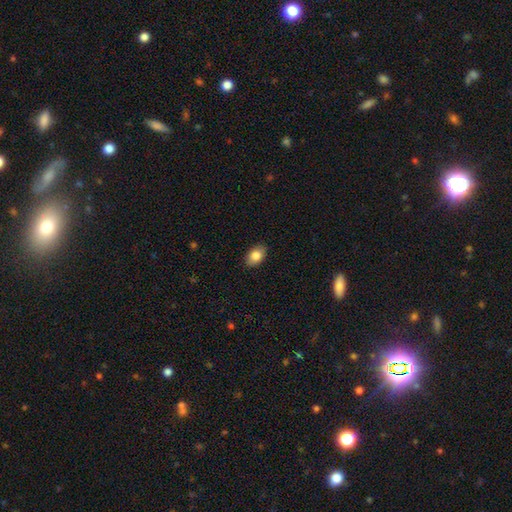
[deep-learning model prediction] Smooth or featured? smooth (84%)
How rounded? in between (86%)
Merging? none (88%)